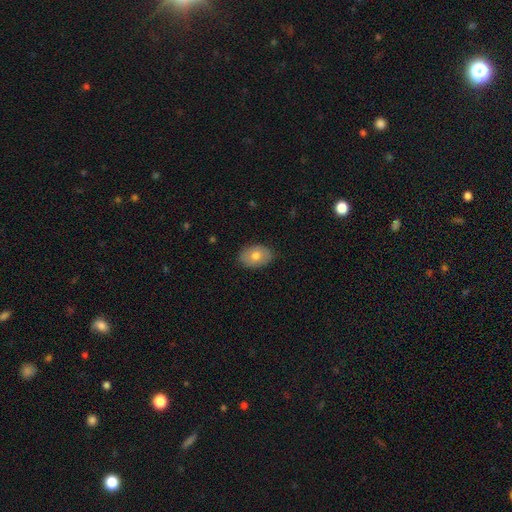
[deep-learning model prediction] Morphology: type=smooth (73%); roundness=in between (82%); merging=none (85%).